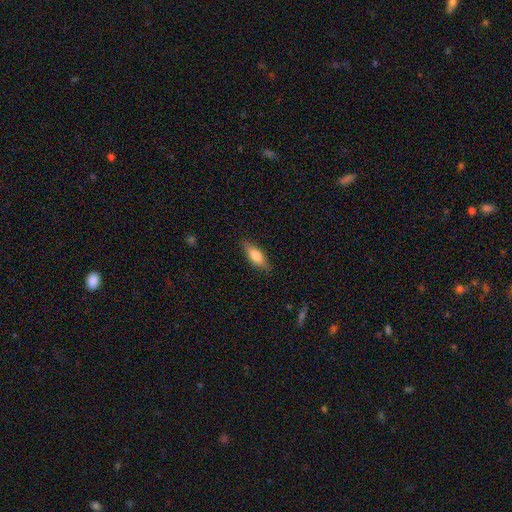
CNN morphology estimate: This is likely a smooth galaxy (63%). How rounded: possibly in between (51%). Merging: clearly none (85%).